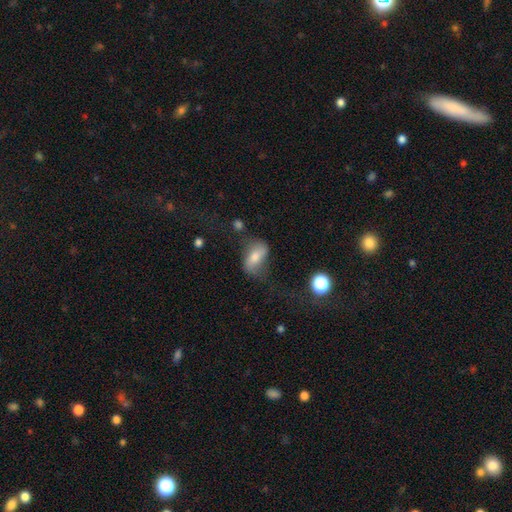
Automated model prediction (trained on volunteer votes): Overall: smooth (55%; featured or disk 35%). How rounded: in between (86%). Merging: none (49%; minor disturbance 26%).